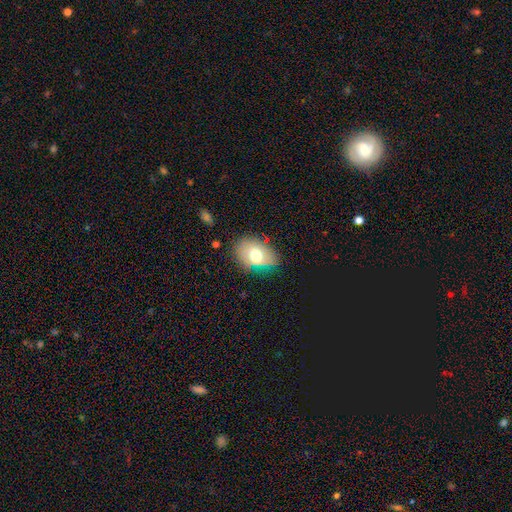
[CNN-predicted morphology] Smooth or featured? Predicted: smooth (p=0.67). How rounded? Predicted: in between (p=0.79). Merging? Predicted: none (p=0.70).